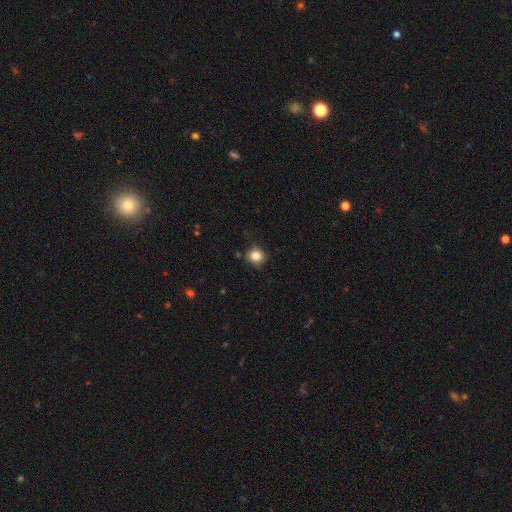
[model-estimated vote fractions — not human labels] Smooth or featured?
  - smooth: 84% *
  - star or artifact: 11%
  - featured or disk: 5%
How rounded?
  - round: 86% *
  - in between: 13%
  - cigar-shaped: 1%
Merging?
  - none: 82% *
  - minor disturbance: 13%
  - major disturbance: 3%
  - merger: 2%